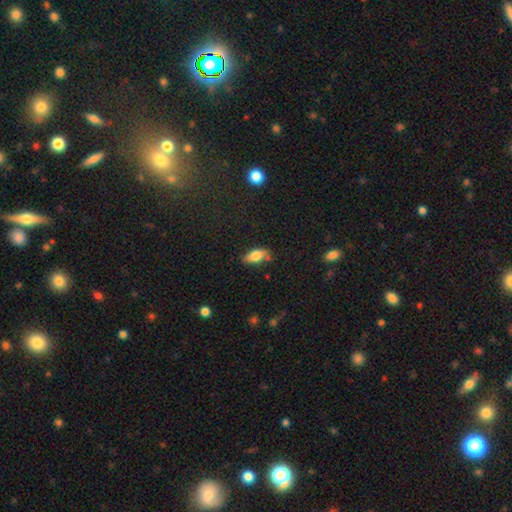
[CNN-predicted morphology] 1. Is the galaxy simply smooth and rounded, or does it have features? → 74% smooth, 18% featured or disk, 8% star or artifact.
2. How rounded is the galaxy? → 84% in between, 13% cigar-shaped, 3% round.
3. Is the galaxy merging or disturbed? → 68% none, 24% minor disturbance, 5% major disturbance, 4% merger.